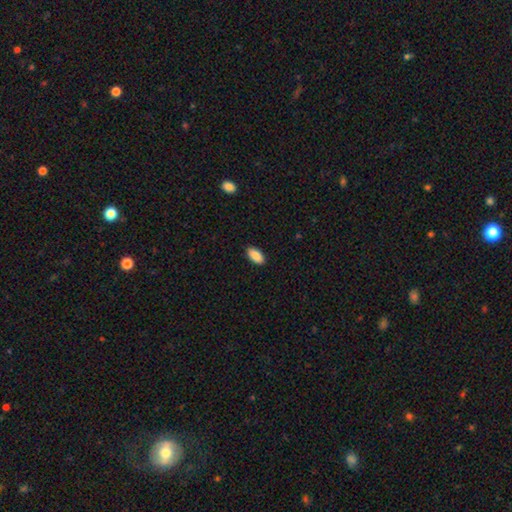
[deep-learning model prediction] This appears to be a smooth galaxy with no disk features (89%) that is in between round and cigar-shaped (91%). Merging: none (90%).